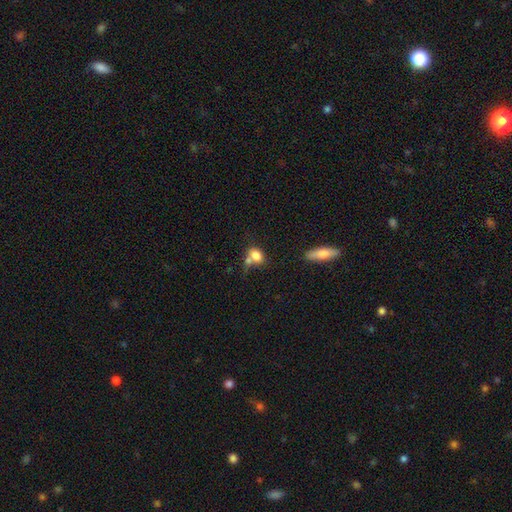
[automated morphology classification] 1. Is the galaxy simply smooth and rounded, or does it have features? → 80% smooth, 11% featured or disk, 10% star or artifact.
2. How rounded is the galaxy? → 73% in between, 25% round, 3% cigar-shaped.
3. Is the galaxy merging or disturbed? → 39% none, 38% merger, 16% minor disturbance, 7% major disturbance.